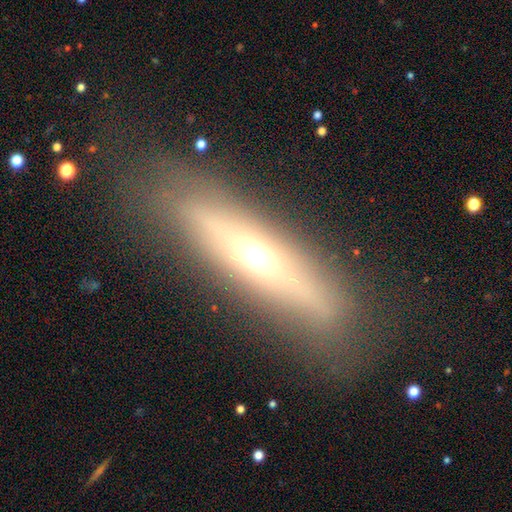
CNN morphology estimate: Smooth or featured: featured or disk — 49% (smooth — 41%)
Merging: none — 79% (minor disturbance — 13%)